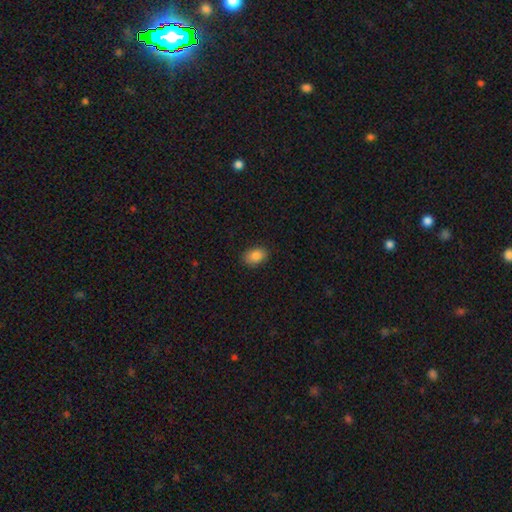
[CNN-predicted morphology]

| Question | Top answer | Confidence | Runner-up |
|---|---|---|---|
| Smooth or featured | smooth | 87% | star or artifact (8%) |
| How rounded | in between | 84% | round (15%) |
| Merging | none | 87% | minor disturbance (10%) |